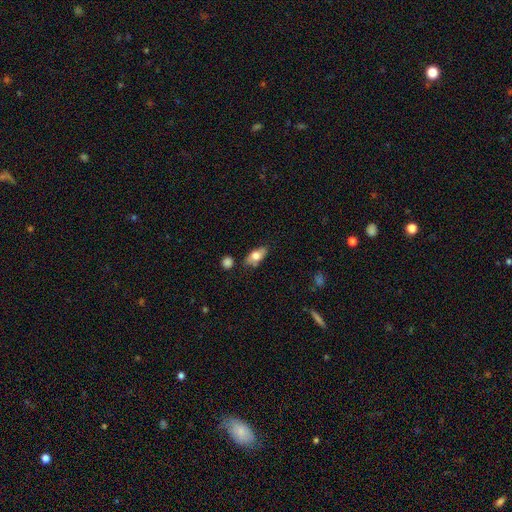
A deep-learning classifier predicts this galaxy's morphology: A smooth galaxy with no disk features (71%) that is in between round and cigar-shaped (83%). Merging: none (76%).